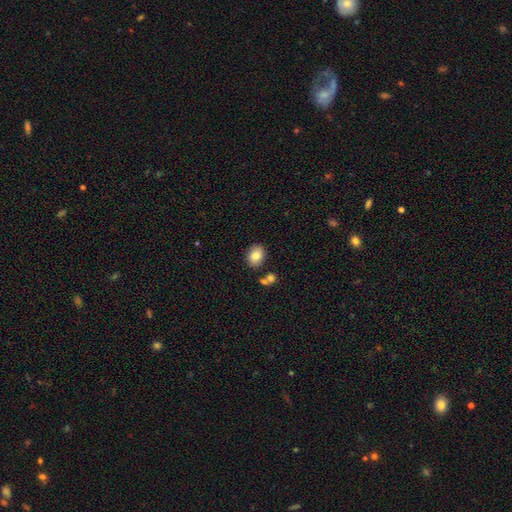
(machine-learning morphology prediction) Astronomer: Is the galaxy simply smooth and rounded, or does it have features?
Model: smooth — 83%.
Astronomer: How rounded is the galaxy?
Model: in between — 60% (runner-up: round, 39%).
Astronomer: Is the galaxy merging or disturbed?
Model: none — 81%.